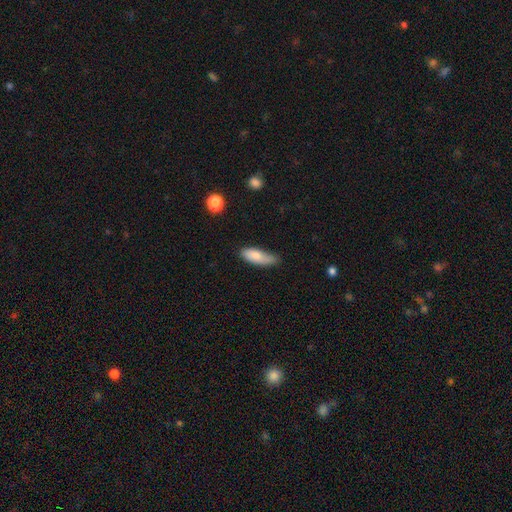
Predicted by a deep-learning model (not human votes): Smooth or featured: smooth — 79% (featured or disk — 14%)
How rounded: in between — 65% (cigar-shaped — 33%)
Merging: none — 50% (minor disturbance — 39%)